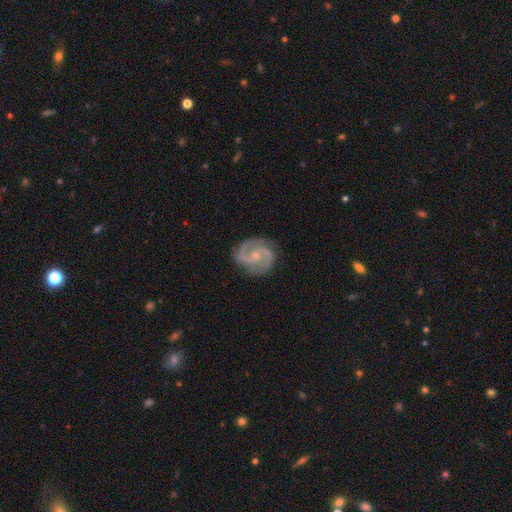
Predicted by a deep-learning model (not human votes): Smooth or featured: featured or disk — 91% (smooth — 5%)
Edge-on disk: no — 98% (yes — 2%)
Bar: no — 51% (weak — 40%)
Spiral arms: yes — 98% (no — 2%)
Spiral winding: medium — 59% (tight — 31%)
Spiral arm count: 2 — 92% (3 — 3%)
Bulge size: small — 61% (moderate — 31%)
Merging: none — 84% (minor disturbance — 12%)